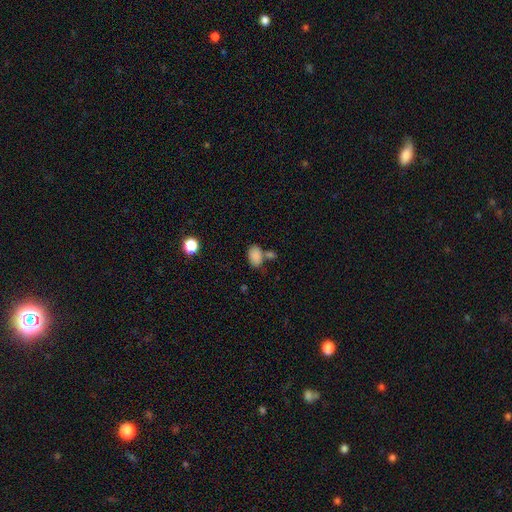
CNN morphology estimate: smooth 85%, star or artifact 9%, featured or disk 6%. Down the decision tree: how rounded — in between (89%); merging — none (53%).